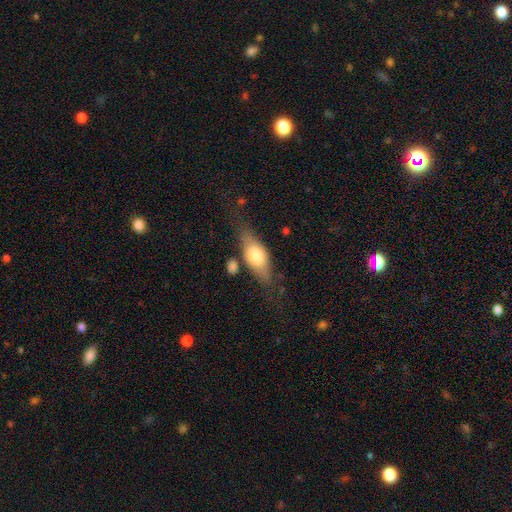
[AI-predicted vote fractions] The model was most divided on "smooth or featured": smooth: 64%, featured or disk: 30%, star or artifact: 6%. More confident: how rounded — in between (74%); merging — none (60%).